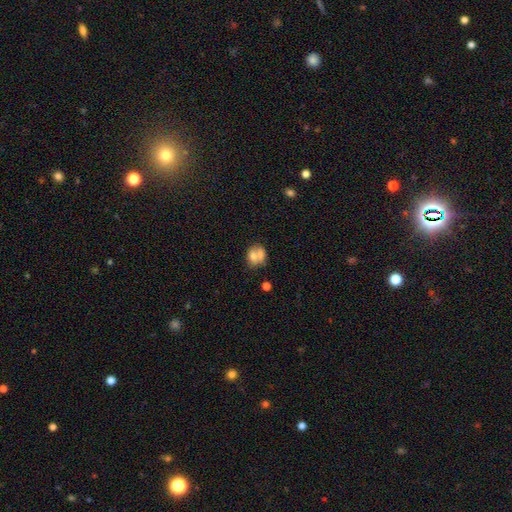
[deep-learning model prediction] This is likely a smooth galaxy (64%). How rounded: possibly round (53%). Merging: possibly merger (48%).